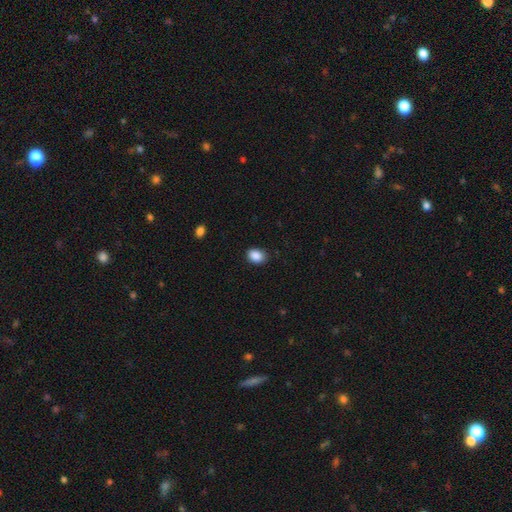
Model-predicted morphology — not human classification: type=smooth (89%); roundness=in between (71%); merging=none (86%).